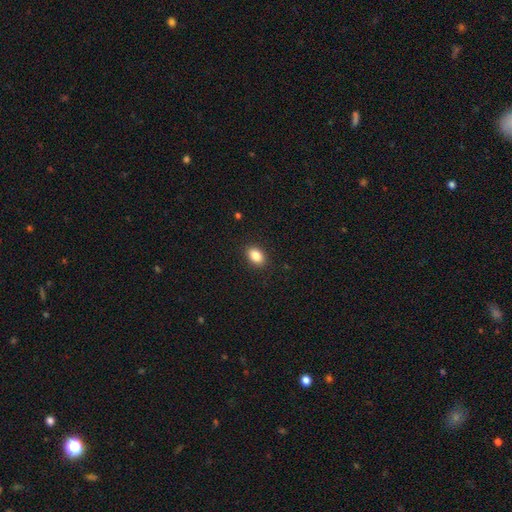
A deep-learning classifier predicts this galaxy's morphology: Smooth or featured? smooth (86%)
How rounded? in between (83%)
Merging? none (89%)